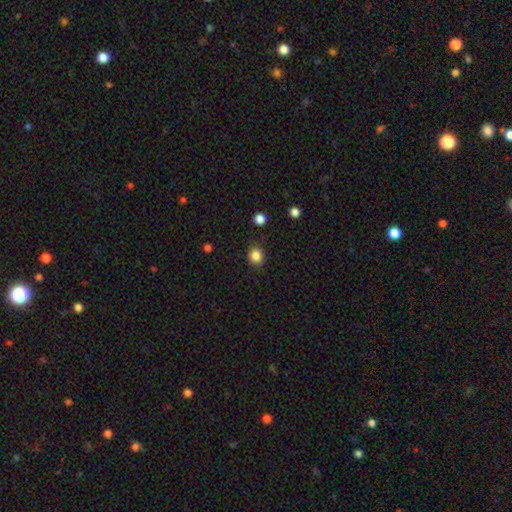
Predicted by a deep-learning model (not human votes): smooth-or-featured: smooth: 85% | star or artifact: 11% | featured or disk: 4%
  how-rounded: round: 79% | in between: 20% | cigar-shaped: 1%
  merging: none: 86% | minor disturbance: 10% | major disturbance: 3% | merger: 2%